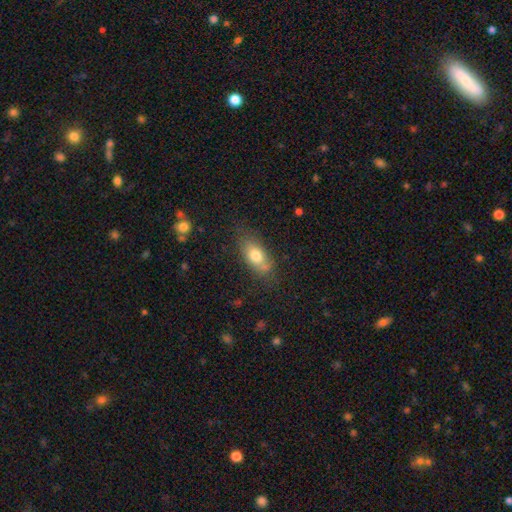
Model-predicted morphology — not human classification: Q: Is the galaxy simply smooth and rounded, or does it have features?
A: smooth — 74%.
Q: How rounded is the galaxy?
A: in between — 83%.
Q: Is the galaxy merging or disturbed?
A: none — 66%.